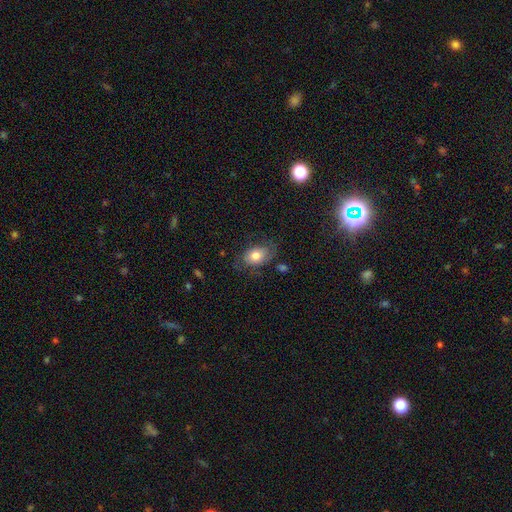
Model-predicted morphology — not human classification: A smooth galaxy with no disk features (73%) that is in between round and cigar-shaped (82%).

Vote fractions:
- Smooth or featured? smooth: 73% / featured or disk: 19% / star or artifact: 8%
- How rounded? in between: 82% / round: 17% / cigar-shaped: 1%
- Merging? none: 64% / minor disturbance: 23% / major disturbance: 10% / merger: 3%